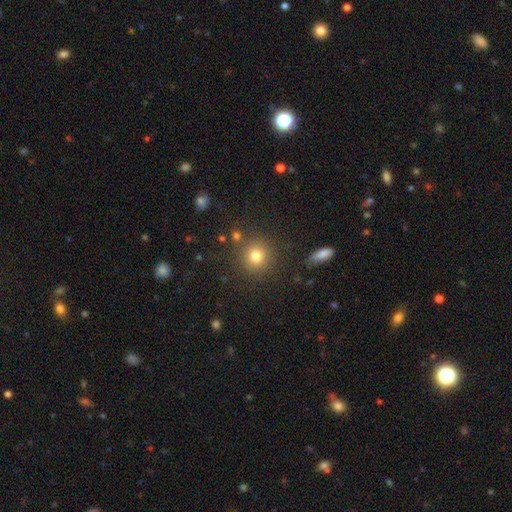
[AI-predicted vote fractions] A smooth galaxy with no disk features (79%) that is round (92%).

Vote fractions:
- Smooth or featured? smooth: 79% / star or artifact: 13% / featured or disk: 7%
- How rounded? round: 92% / in between: 7% / cigar-shaped: 1%
- Merging? none: 85% / minor disturbance: 8% / merger: 4% / major disturbance: 3%